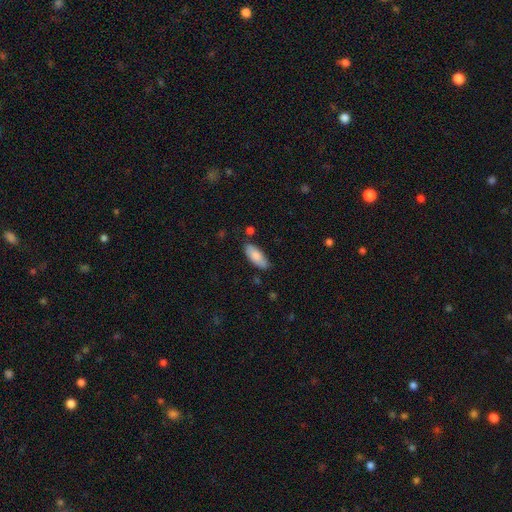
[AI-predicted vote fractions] Q: Smooth or featured?
A: smooth (82%); runner-up: featured or disk (11%)
Q: How rounded?
A: in between (81%); runner-up: cigar-shaped (17%)
Q: Merging?
A: none (78%); runner-up: minor disturbance (15%)